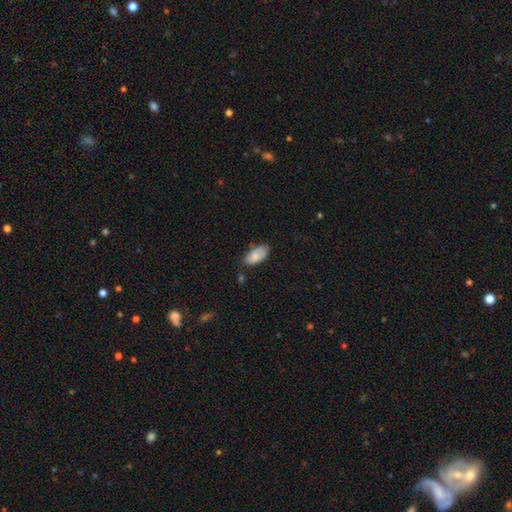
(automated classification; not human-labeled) Overall: smooth (84%). How rounded: in between (93%). Merging: none (64%; minor disturbance 28%).